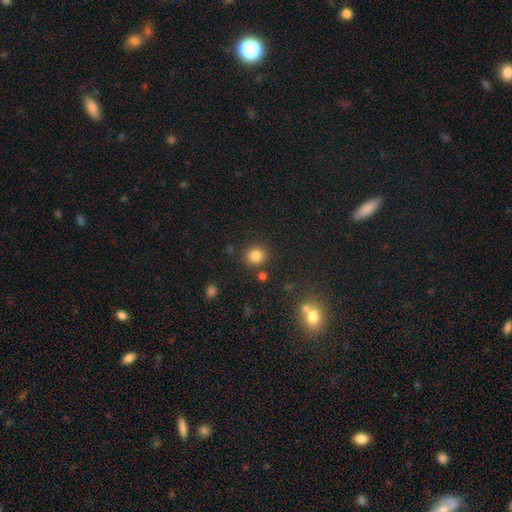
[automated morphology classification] smooth_or_featured: smooth (p=0.82) [alt: star or artifact p=0.12]
how_rounded: round (p=0.83) [alt: in between p=0.16]
merging: none (p=0.85) [alt: minor disturbance p=0.08]